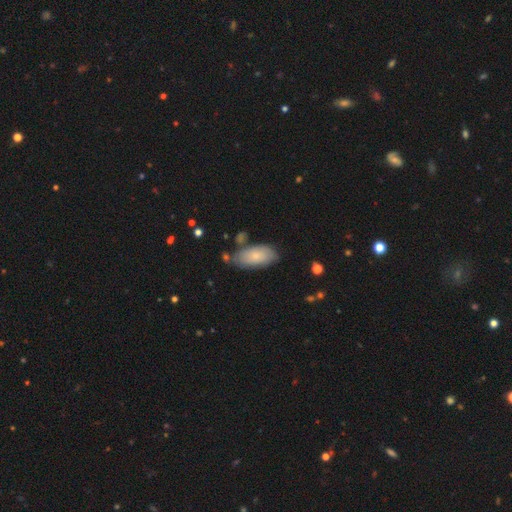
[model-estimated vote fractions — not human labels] smooth 71%, featured or disk 23%, star or artifact 6%. Down the decision tree: how rounded — in between (91%); merging — none (67%).